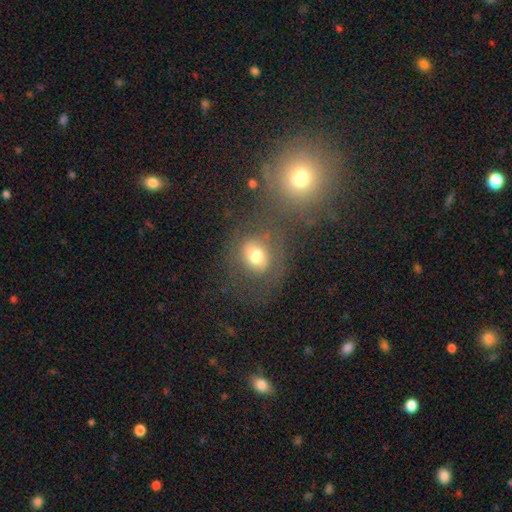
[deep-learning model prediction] Smooth or featured?
  - smooth: 64% *
  - featured or disk: 24%
  - star or artifact: 13%
How rounded?
  - round: 67% *
  - in between: 32%
  - cigar-shaped: 1%
Merging?
  - none: 57% *
  - merger: 16%
  - minor disturbance: 15%
  - major disturbance: 11%